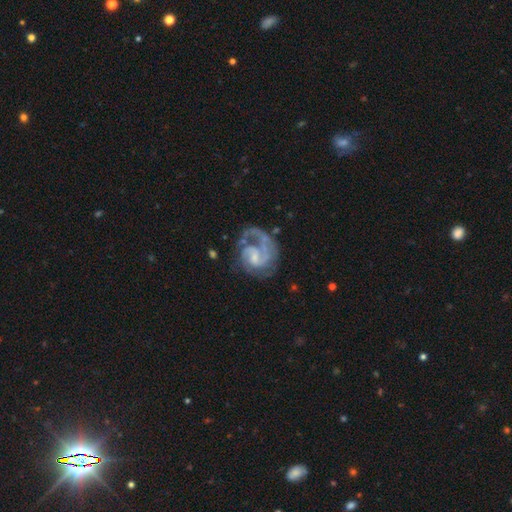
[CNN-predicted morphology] The model was most divided on "bar": no: 46%, weak: 45%, strong: 8%. Remaining: edge-on disk — no (98%); spiral arms — yes (95%); smooth or featured — featured or disk (86%); bulge size — small (51%); merging — none (50%); spiral arm count — 1 (47%); spiral winding — medium (46%).